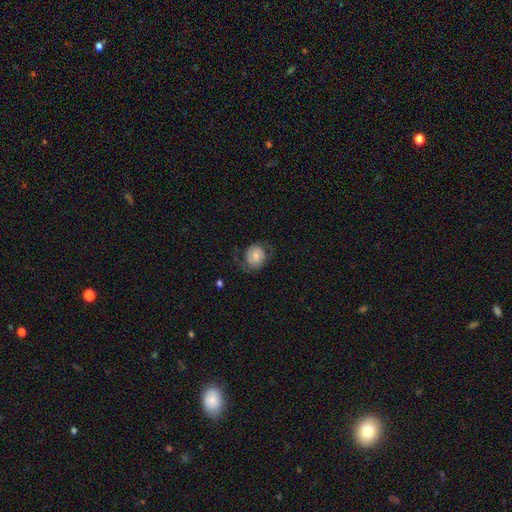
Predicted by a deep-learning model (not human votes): Smooth or featured? Predicted: smooth (p=0.47). Merging? Predicted: none (p=0.62).